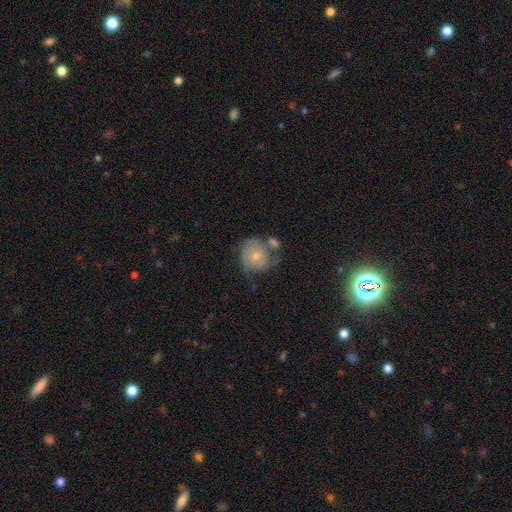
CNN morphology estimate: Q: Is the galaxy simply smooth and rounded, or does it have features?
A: featured or disk — 47%.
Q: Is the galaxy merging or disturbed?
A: none — 40%.